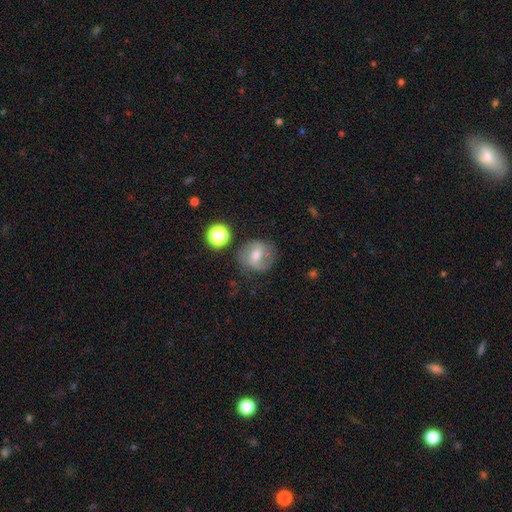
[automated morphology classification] This appears to be a featured or disk galaxy (55%) with a weak bar (47%), spiral arms (82%) and a moderate central bulge (63%). Merging: none (70%).